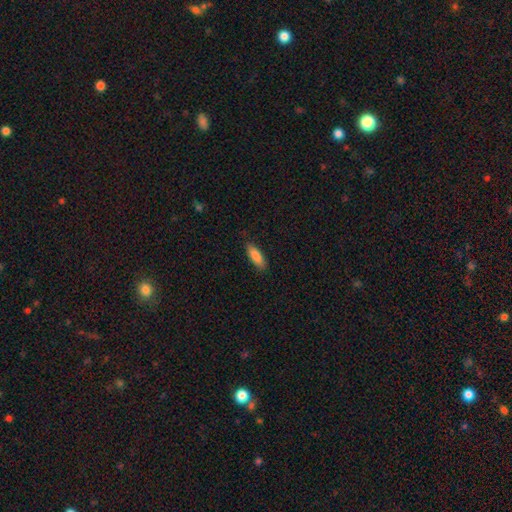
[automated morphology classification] The model was most divided on "how rounded": in between: 61%, cigar-shaped: 37%, round: 2%. More confident: smooth or featured — smooth (87%); merging — none (83%).